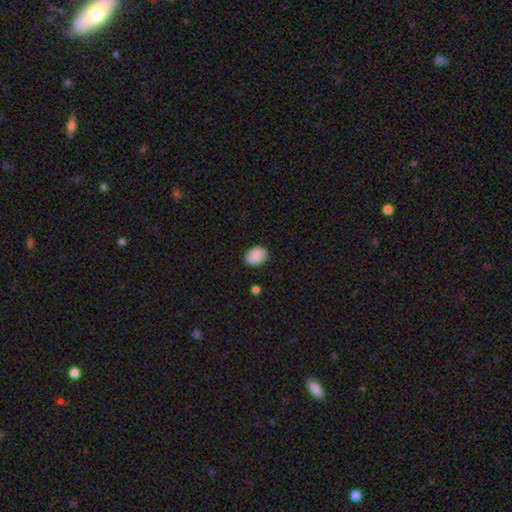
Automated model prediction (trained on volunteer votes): smooth_or_featured: smooth (p=0.86) [alt: star or artifact p=0.07]
how_rounded: in between (p=0.69) [alt: round p=0.30]
merging: none (p=0.84) [alt: minor disturbance p=0.13]